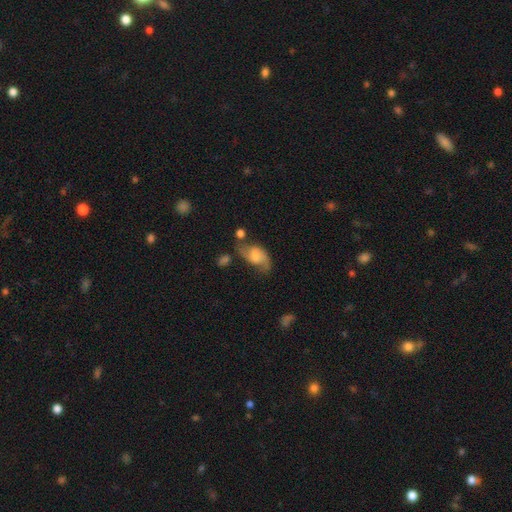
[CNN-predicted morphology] Smooth or featured? Predicted: featured or disk (p=0.59). Edge-on disk? Predicted: no (p=0.95). Bar? Predicted: no (p=0.58). Spiral arms? Predicted: yes (p=0.88). Bulge size? Predicted: moderate (p=0.27). Merging? Predicted: none (p=0.48).